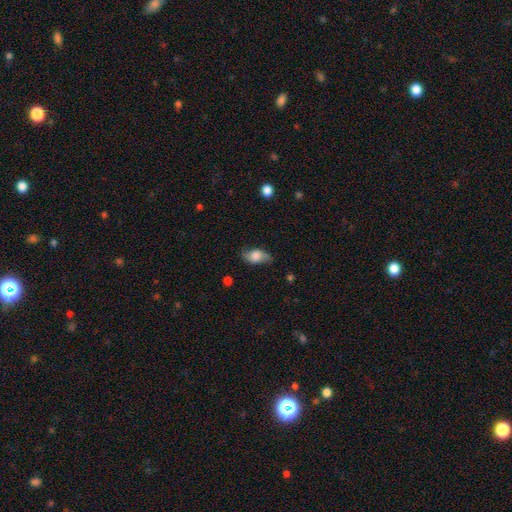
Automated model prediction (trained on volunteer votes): Overall: smooth (59%; featured or disk 32%). How rounded: in between (86%). Merging: none (71%).